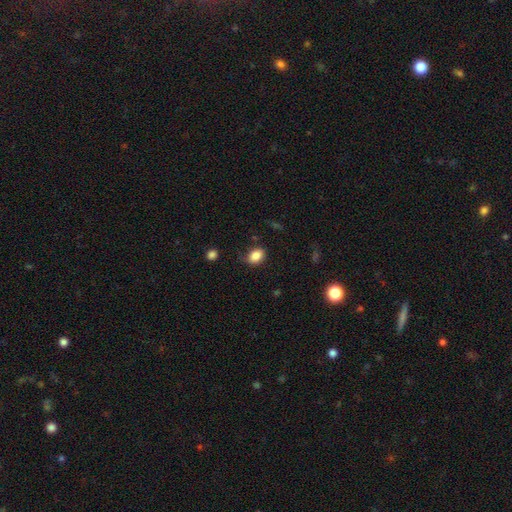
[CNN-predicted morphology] smooth_or_featured: smooth (p=0.85) [alt: star or artifact p=0.10]
how_rounded: in between (p=0.64) [alt: round p=0.35]
merging: none (p=0.70) [alt: minor disturbance p=0.22]